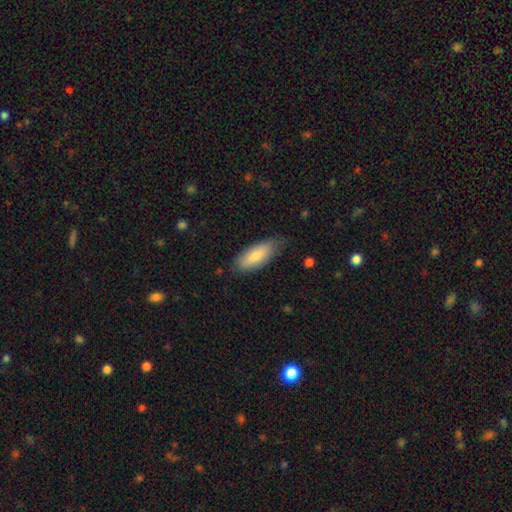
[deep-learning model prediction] smooth-or-featured: smooth: 82% | featured or disk: 13% | star or artifact: 6%
  how-rounded: in between: 78% | cigar-shaped: 20% | round: 2%
  merging: none: 72% | minor disturbance: 23% | major disturbance: 4% | merger: 1%